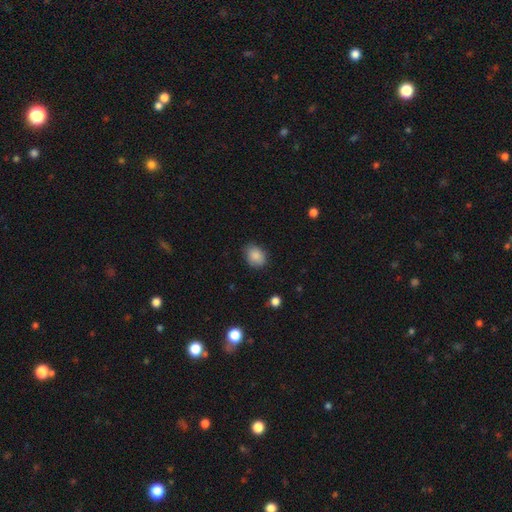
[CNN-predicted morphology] type=smooth (87%); roundness=in between (58%); merging=none (79%).